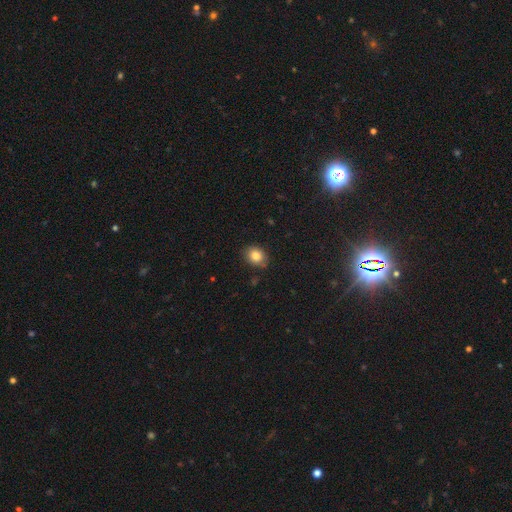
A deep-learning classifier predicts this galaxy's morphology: smooth-or-featured: smooth: 83% | star or artifact: 9% | featured or disk: 8%
  how-rounded: in between: 54% | round: 45% | cigar-shaped: 1%
  merging: none: 79% | minor disturbance: 16% | major disturbance: 3% | merger: 1%